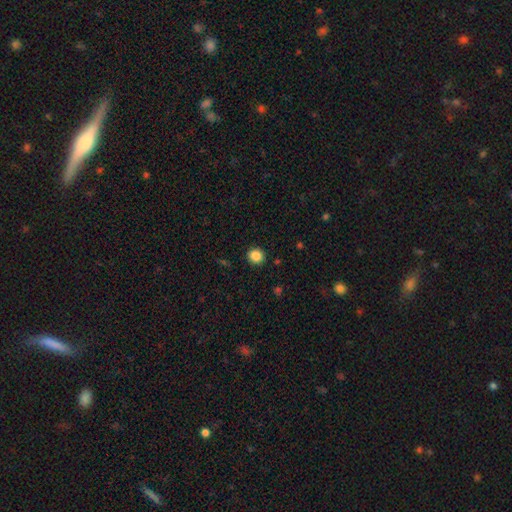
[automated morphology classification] The model was most divided on "smooth or featured": smooth: 86%, star or artifact: 10%, featured or disk: 4%. More confident: merging — none (91%); how rounded — round (88%).